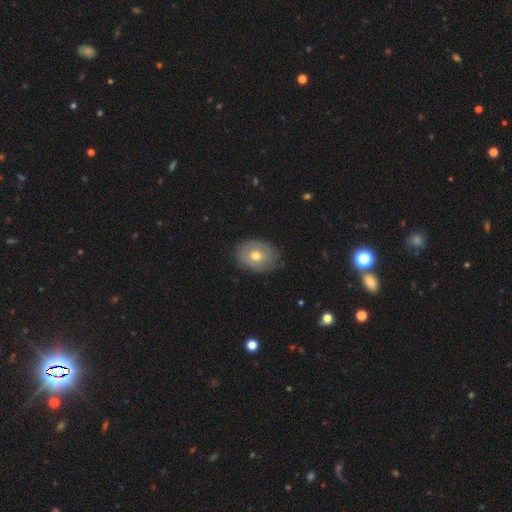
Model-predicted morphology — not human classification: Overall: smooth (52%; featured or disk 40%). How rounded: in between (59%; round 40%). Merging: none (79%).